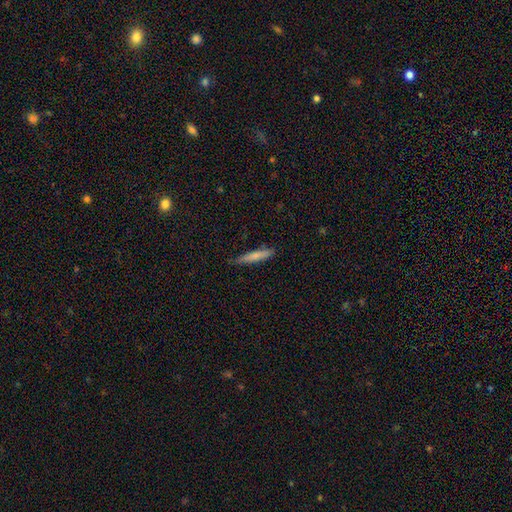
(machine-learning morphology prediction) Smooth or featured?
  - smooth: 73% *
  - featured or disk: 21%
  - star or artifact: 6%
How rounded?
  - cigar-shaped: 91% *
  - in between: 7%
  - round: 1%
Merging?
  - none: 82% *
  - minor disturbance: 15%
  - major disturbance: 2%
  - merger: 1%